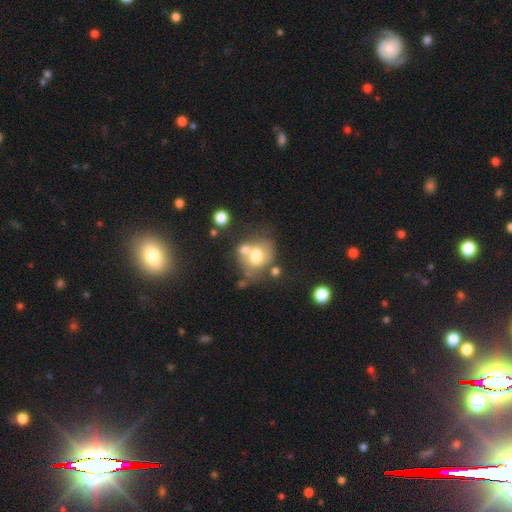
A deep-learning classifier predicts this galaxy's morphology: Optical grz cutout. It shows a smooth galaxy with no disk features (60%) that is round (54%). Merging: merger (40%).